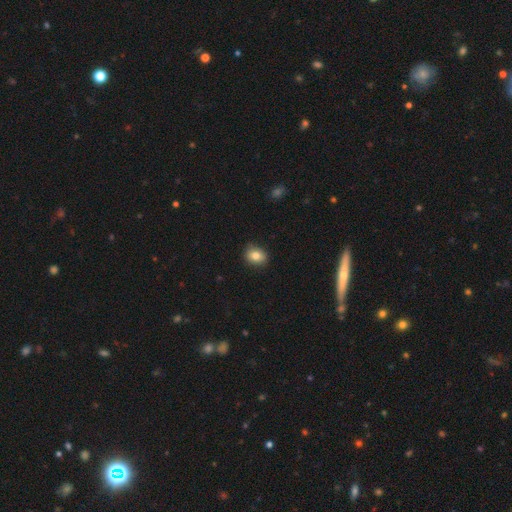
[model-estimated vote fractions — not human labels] smooth_or_featured: smooth (p=0.81) [alt: featured or disk p=0.09]
how_rounded: in between (p=0.52) [alt: round p=0.47]
merging: none (p=0.85) [alt: minor disturbance p=0.12]